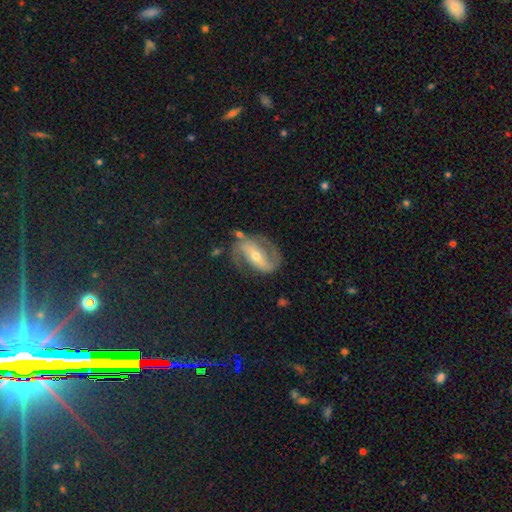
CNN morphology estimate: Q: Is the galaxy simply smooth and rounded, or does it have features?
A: featured or disk — 84%.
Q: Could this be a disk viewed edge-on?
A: no — 96%.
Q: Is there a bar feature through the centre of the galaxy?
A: strong — 52%.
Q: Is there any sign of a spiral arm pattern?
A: yes — 94%.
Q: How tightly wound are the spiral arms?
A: medium — 48%.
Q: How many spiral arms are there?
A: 2 — 90%.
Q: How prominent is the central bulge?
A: small — 51%.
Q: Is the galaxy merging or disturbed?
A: none — 70%.